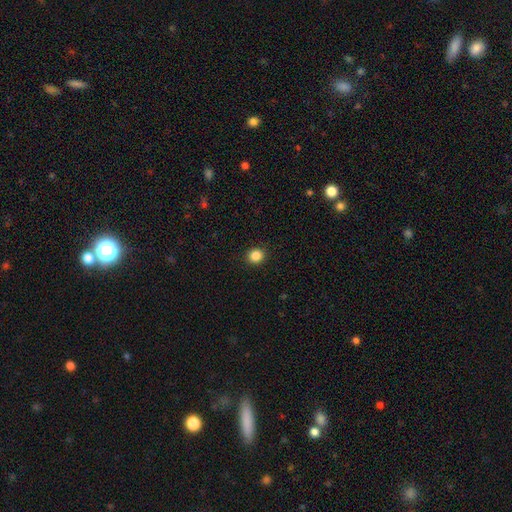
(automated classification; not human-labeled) Q: Smooth or featured?
A: smooth (86%); runner-up: star or artifact (11%)
Q: How rounded?
A: round (84%); runner-up: in between (15%)
Q: Merging?
A: none (92%); runner-up: minor disturbance (6%)